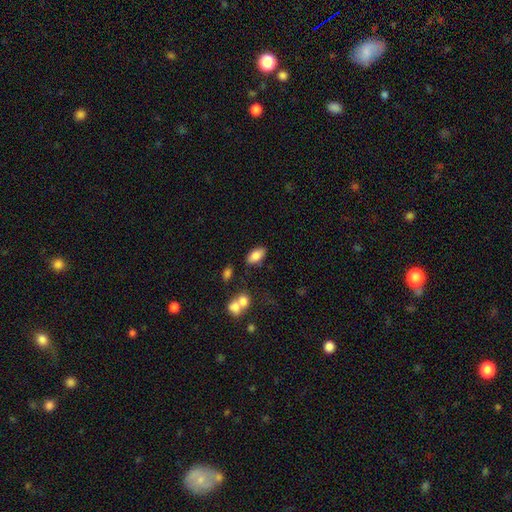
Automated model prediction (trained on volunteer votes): Overall: smooth (82%). How rounded: in between (91%). Merging: none (81%).